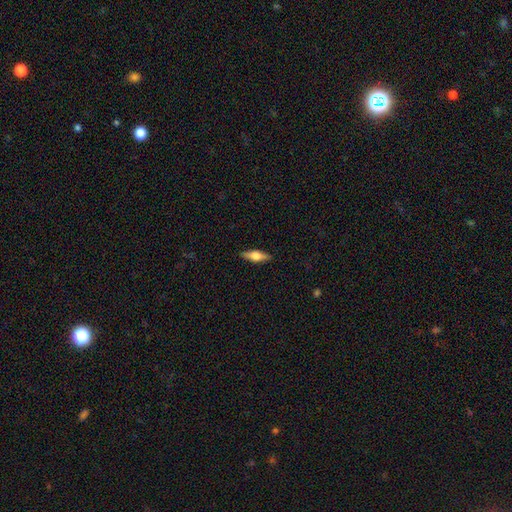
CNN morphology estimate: Smooth or featured?
  - smooth: 51% *
  - featured or disk: 43%
  - star or artifact: 6%
How rounded?
  - cigar-shaped: 49% *
  - in between: 48%
  - round: 3%
Merging?
  - none: 89% *
  - minor disturbance: 8%
  - major disturbance: 2%
  - merger: 1%